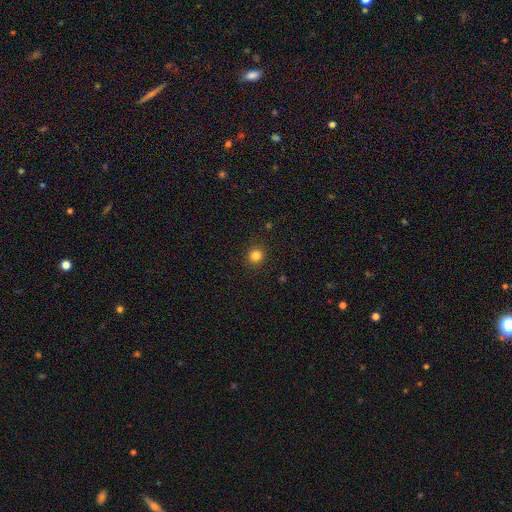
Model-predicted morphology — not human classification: Q: Smooth or featured?
A: smooth (83%); runner-up: star or artifact (12%)
Q: How rounded?
A: round (91%); runner-up: in between (9%)
Q: Merging?
A: none (91%); runner-up: minor disturbance (6%)